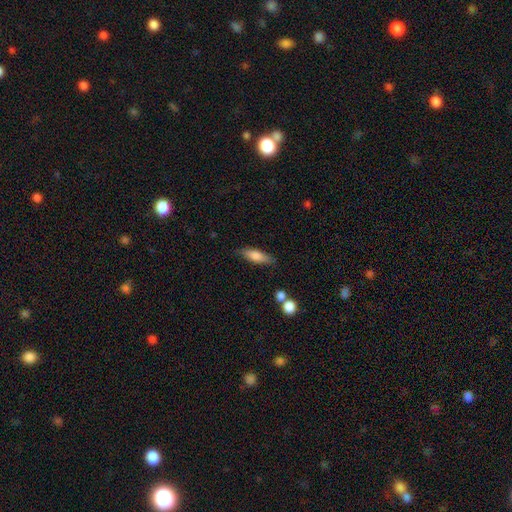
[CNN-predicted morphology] smooth_or_featured: smooth (p=0.72) [alt: featured or disk p=0.21]
how_rounded: cigar-shaped (p=0.50) [alt: in between p=0.48]
merging: none (p=0.80) [alt: minor disturbance p=0.13]